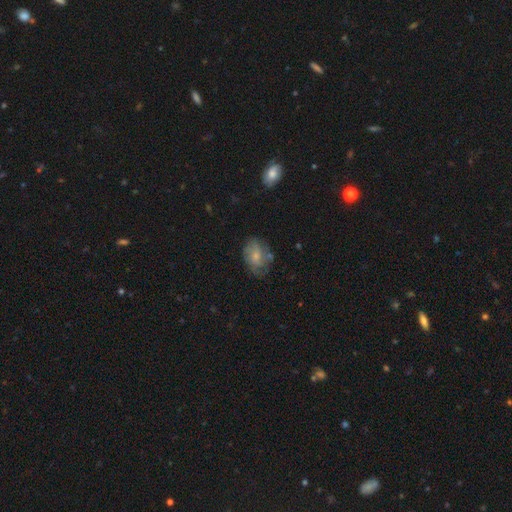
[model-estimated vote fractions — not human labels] Overall: smooth (53%; featured or disk 39%). How rounded: in between (72%). Merging: none (60%; minor disturbance 26%).